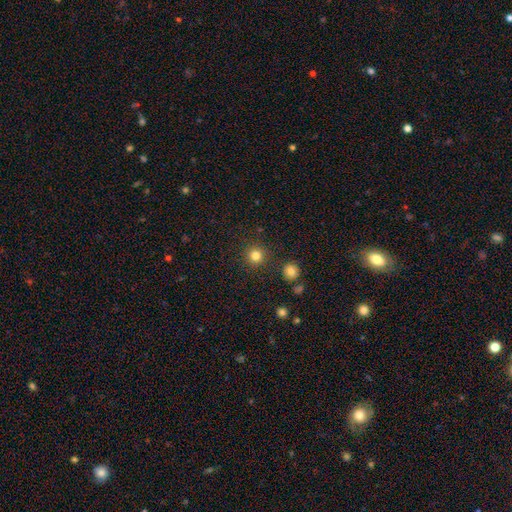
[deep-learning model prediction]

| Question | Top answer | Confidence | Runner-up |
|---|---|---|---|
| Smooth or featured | smooth | 82% | star or artifact (13%) |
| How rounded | round | 95% | in between (4%) |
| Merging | none | 90% | minor disturbance (5%) |